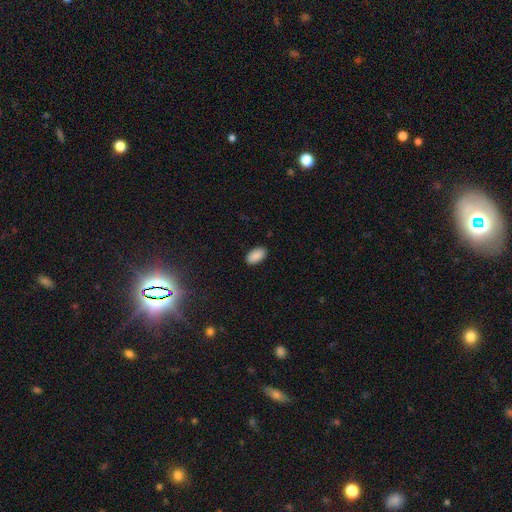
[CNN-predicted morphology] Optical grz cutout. It shows a smooth galaxy with no disk features (89%) that is in between round and cigar-shaped (95%). Merging: none (89%).